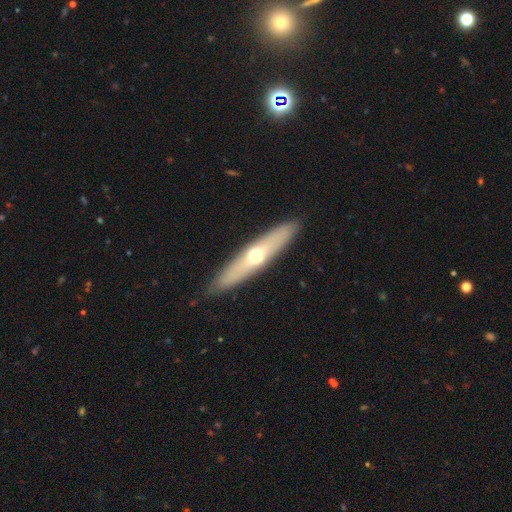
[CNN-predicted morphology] A featured or disk galaxy (48%).

Vote fractions:
- Smooth or featured? featured or disk: 48% / smooth: 46% / star or artifact: 6%
- Merging? none: 89% / minor disturbance: 8% / major disturbance: 2% / merger: 1%